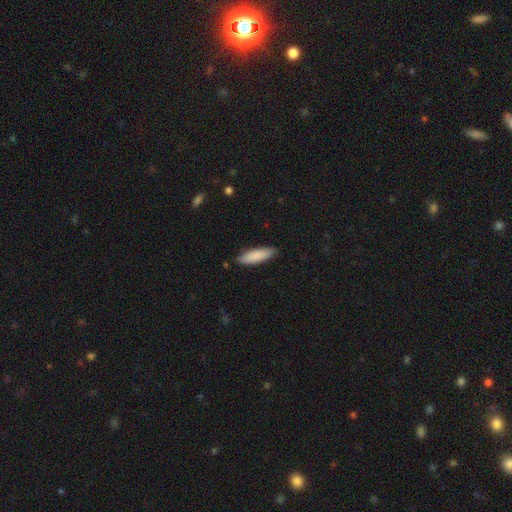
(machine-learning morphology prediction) type=smooth (87%); roundness=cigar-shaped (52%); merging=none (85%).